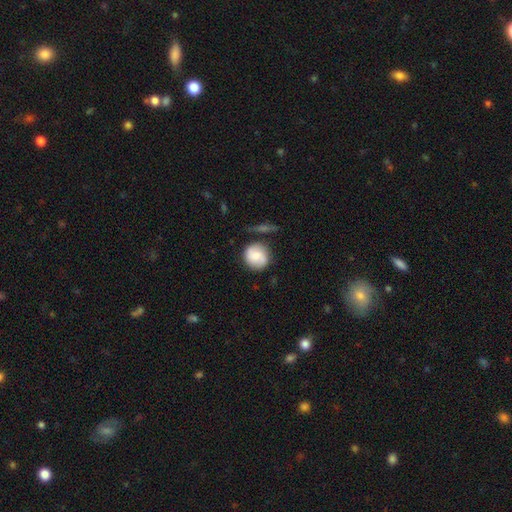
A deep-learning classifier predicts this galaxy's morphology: Q: Smooth or featured?
A: smooth (65%); runner-up: featured or disk (28%)
Q: How rounded?
A: round (88%); runner-up: in between (11%)
Q: Merging?
A: none (69%); runner-up: minor disturbance (19%)